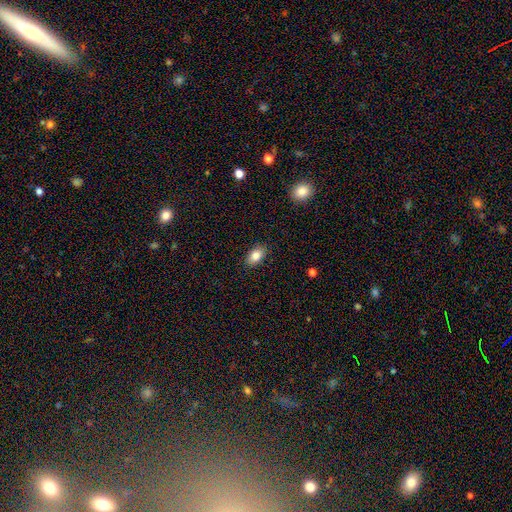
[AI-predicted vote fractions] smooth-or-featured: smooth: 83% | star or artifact: 8% | featured or disk: 8%
  how-rounded: in between: 88% | round: 11% | cigar-shaped: 2%
  merging: none: 88% | minor disturbance: 9% | major disturbance: 2% | merger: 1%